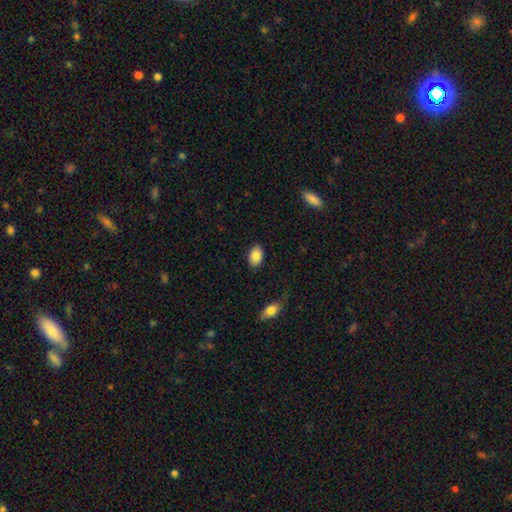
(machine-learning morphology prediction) A smooth galaxy with no disk features (87%) that is in between round and cigar-shaped (88%). Merging: none (87%).